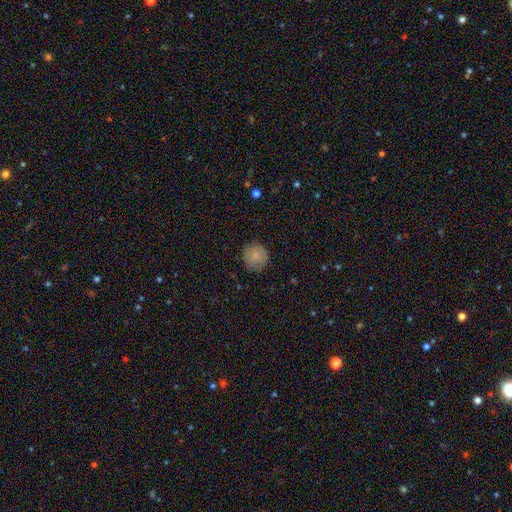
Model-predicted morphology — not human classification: smooth 83%, featured or disk 10%, star or artifact 8%. Down the decision tree: how rounded — round (91%); merging — none (82%).